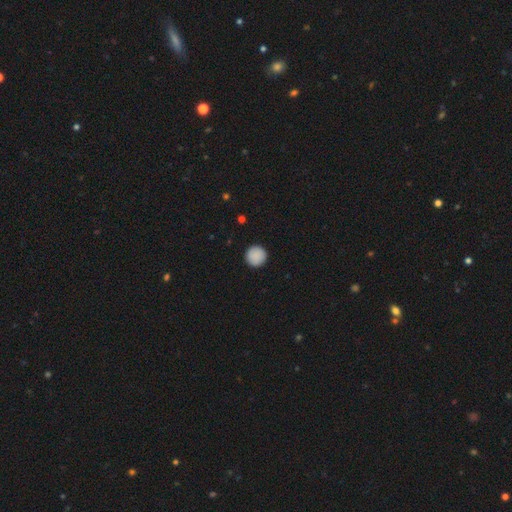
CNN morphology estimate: Overall: smooth (90%). How rounded: round (96%). Merging: none (92%).